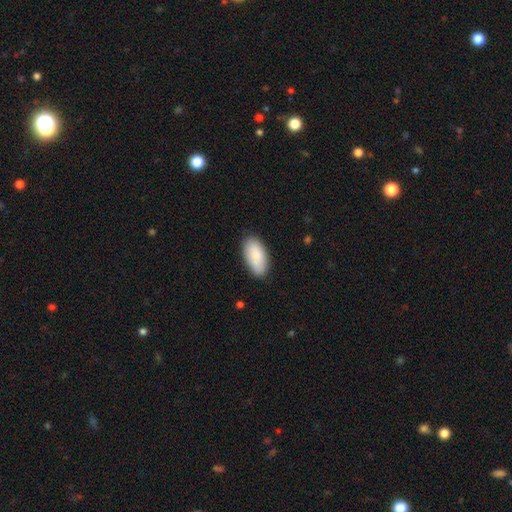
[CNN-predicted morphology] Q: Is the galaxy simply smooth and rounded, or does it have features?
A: smooth — 85%.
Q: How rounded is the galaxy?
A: in between — 94%.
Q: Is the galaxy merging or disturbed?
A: none — 85%.